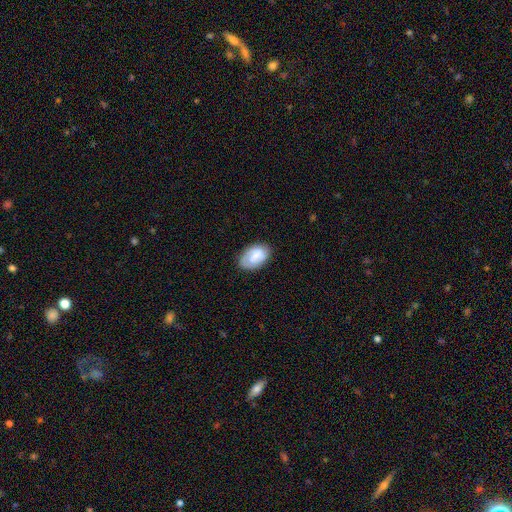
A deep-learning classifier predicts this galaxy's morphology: The model was most divided on "smooth or featured": smooth: 65%, featured or disk: 27%, star or artifact: 7%. More confident: how rounded — in between (91%); merging — none (77%).